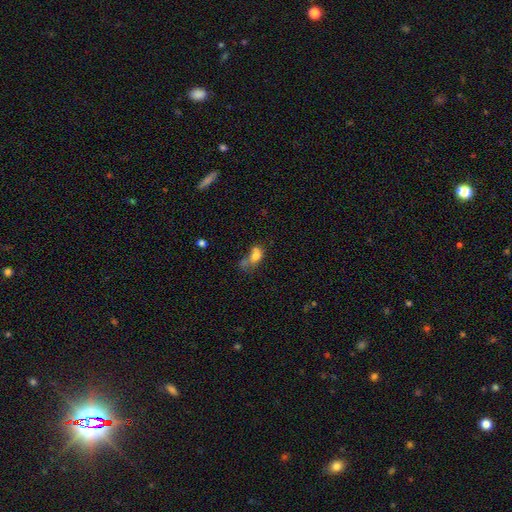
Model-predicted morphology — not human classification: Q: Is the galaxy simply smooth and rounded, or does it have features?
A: smooth — 70%.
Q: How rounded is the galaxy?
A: in between — 65%.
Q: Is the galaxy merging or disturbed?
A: merger — 37%.